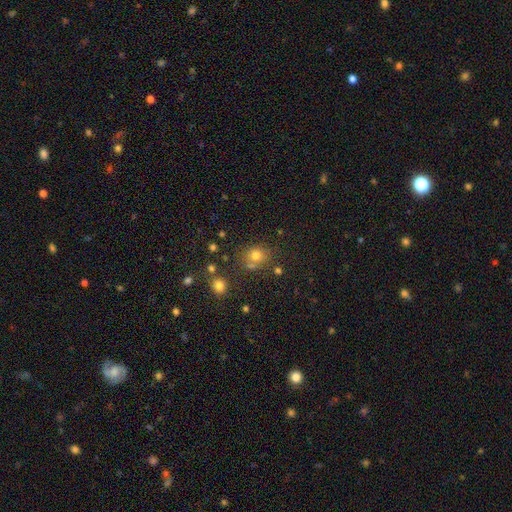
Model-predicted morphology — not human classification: Smooth or featured? Predicted: smooth (p=0.73). How rounded? Predicted: round (p=0.74). Merging? Predicted: none (p=0.66).